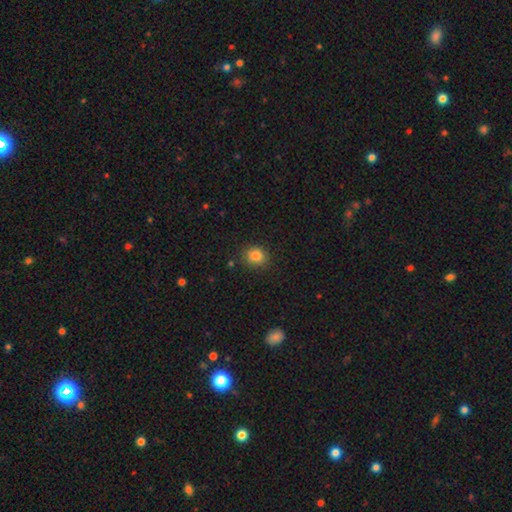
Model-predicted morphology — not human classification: Smooth or featured? Predicted: smooth (p=0.84). How rounded? Predicted: round (p=0.79). Merging? Predicted: none (p=0.86).